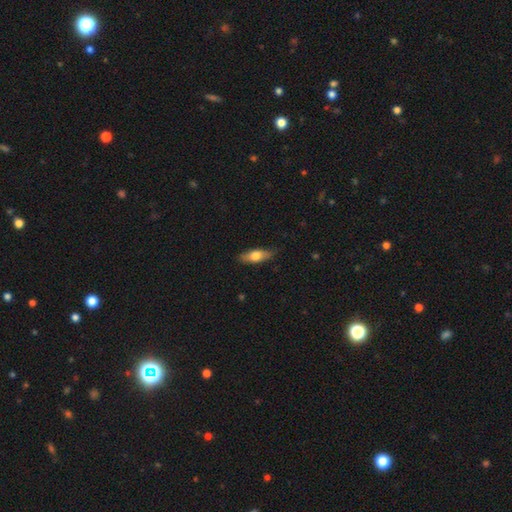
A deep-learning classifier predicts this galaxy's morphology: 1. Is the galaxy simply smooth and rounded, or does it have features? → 65% smooth, 30% featured or disk, 6% star or artifact.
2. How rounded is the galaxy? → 63% in between, 34% cigar-shaped, 3% round.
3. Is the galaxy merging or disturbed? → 82% none, 14% minor disturbance, 2% major disturbance, 1% merger.